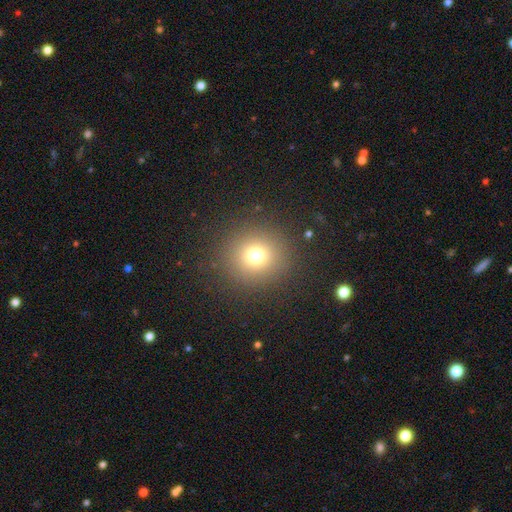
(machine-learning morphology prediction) A smooth galaxy with no disk features (72%) that is round (93%).

Vote fractions:
- Smooth or featured? smooth: 72% / star or artifact: 19% / featured or disk: 9%
- How rounded? round: 93% / in between: 6% / cigar-shaped: 1%
- Merging? none: 89% / minor disturbance: 6% / major disturbance: 4% / merger: 1%